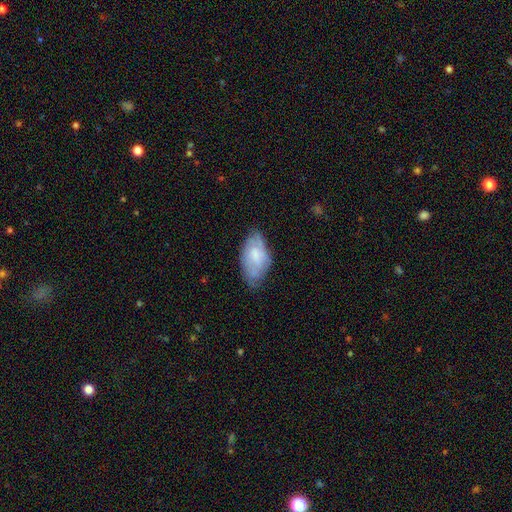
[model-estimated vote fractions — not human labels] Overall: smooth (53%; featured or disk 40%). How rounded: in between (93%). Merging: none (53%; minor disturbance 35%).